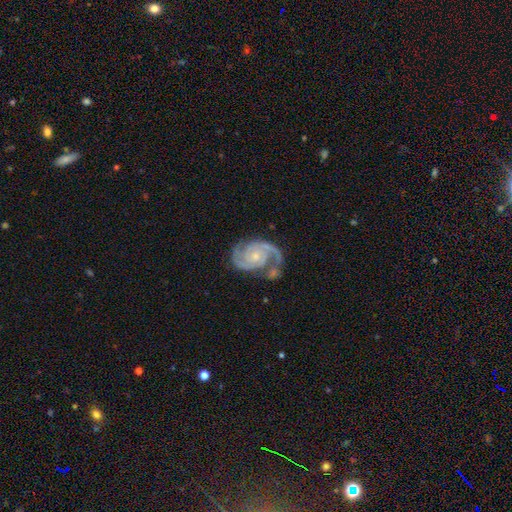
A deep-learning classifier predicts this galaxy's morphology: This is clearly a featured or disk galaxy (92%). It is clearly not viewed edge-on (98%). Bar: likely no (66%). Spiral arm pattern: clearly yes (98%). Spiral arm count: clearly 2 (83%). Spiral winding: possibly tight (48%). Central bulge: likely small (62%). Merging: likely none (63%).